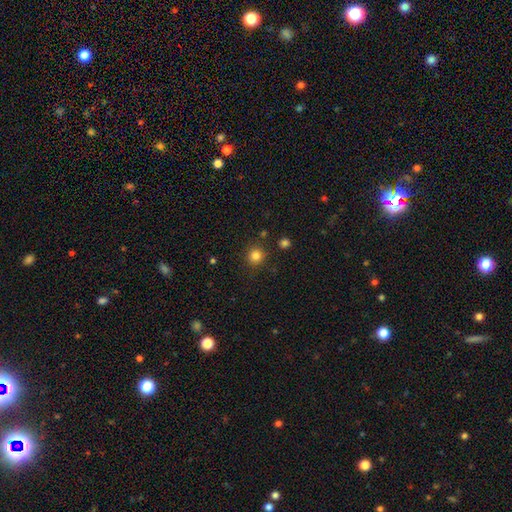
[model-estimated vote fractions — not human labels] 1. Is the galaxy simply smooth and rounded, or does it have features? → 82% smooth, 13% star or artifact, 5% featured or disk.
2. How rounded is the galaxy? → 90% round, 9% in between, 1% cigar-shaped.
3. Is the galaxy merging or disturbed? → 86% none, 8% minor disturbance, 3% merger, 3% major disturbance.